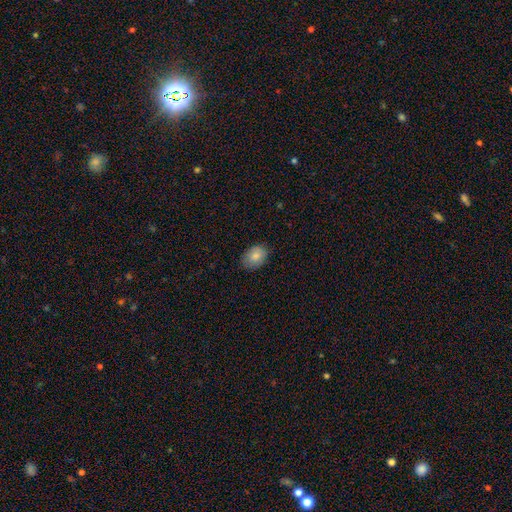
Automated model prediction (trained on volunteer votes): Smooth or featured: smooth — 83% (featured or disk — 9%)
How rounded: in between — 73% (round — 27%)
Merging: none — 82% (minor disturbance — 15%)